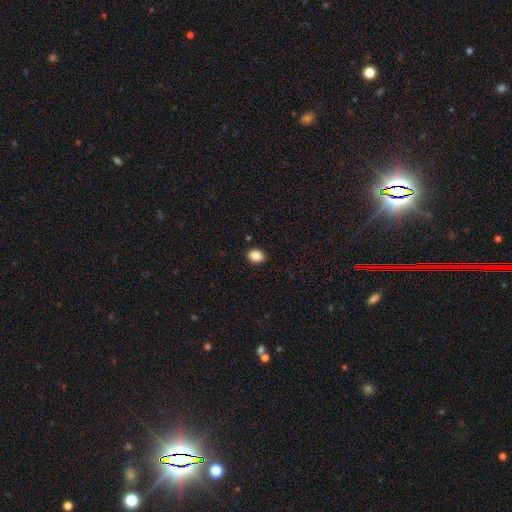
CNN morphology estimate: Smooth or featured? Predicted: smooth (p=0.88). How rounded? Predicted: in between (p=0.63). Merging? Predicted: none (p=0.90).